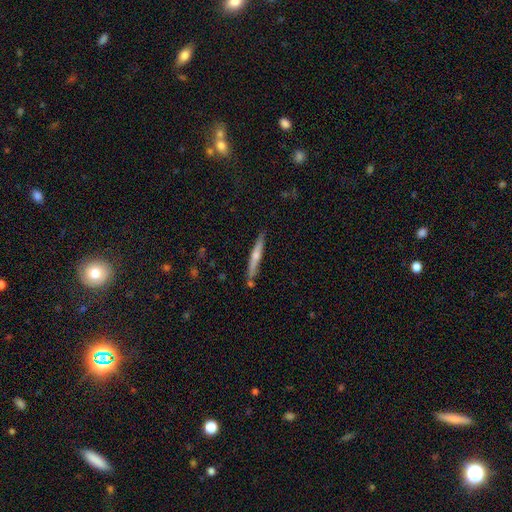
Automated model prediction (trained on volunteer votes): The model was most divided on "smooth or featured": featured or disk: 51%, smooth: 43%, star or artifact: 6%. More confident: edge-on disk — yes (95%); merging — none (79%).